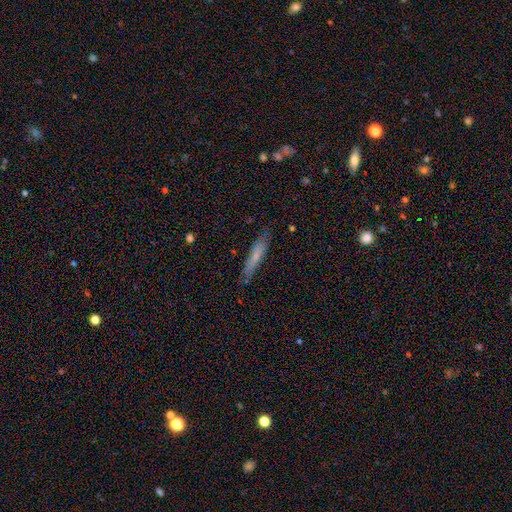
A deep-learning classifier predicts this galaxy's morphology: Smooth or featured? Predicted: smooth (p=0.64). How rounded? Predicted: cigar-shaped (p=0.89). Merging? Predicted: none (p=0.81).